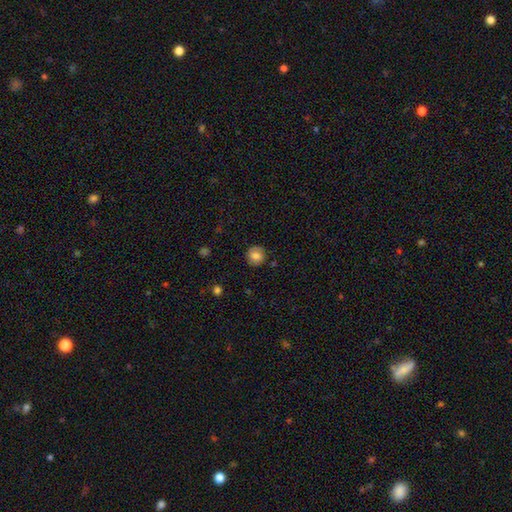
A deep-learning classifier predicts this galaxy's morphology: Smooth or featured: smooth — 76% (featured or disk — 15%)
How rounded: round — 89% (in between — 10%)
Merging: none — 84% (minor disturbance — 11%)